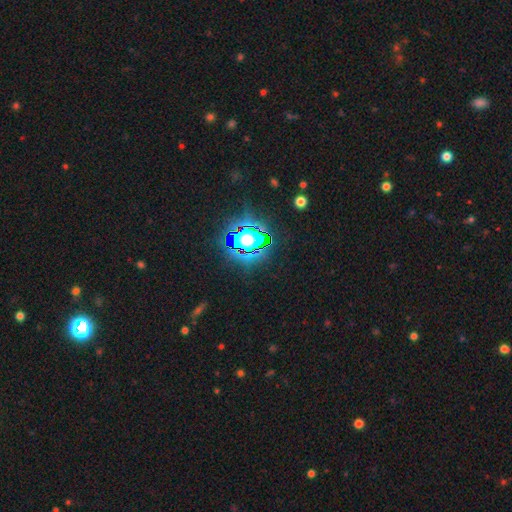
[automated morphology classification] smooth_or_featured: star or artifact (p=0.85) [alt: smooth p=0.09]